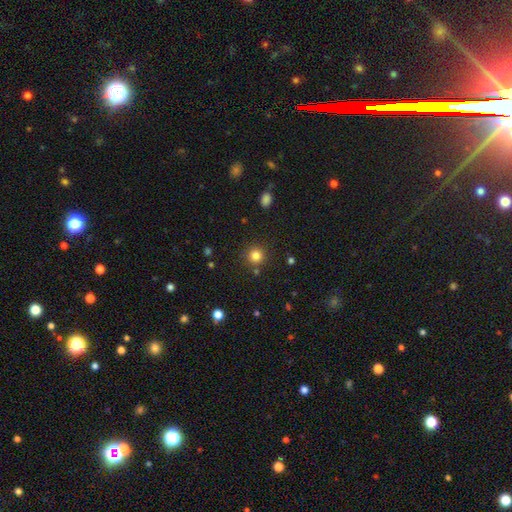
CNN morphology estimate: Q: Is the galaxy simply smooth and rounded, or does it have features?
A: smooth — 81%.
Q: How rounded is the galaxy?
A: round — 93%.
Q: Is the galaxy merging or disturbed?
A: none — 85%.